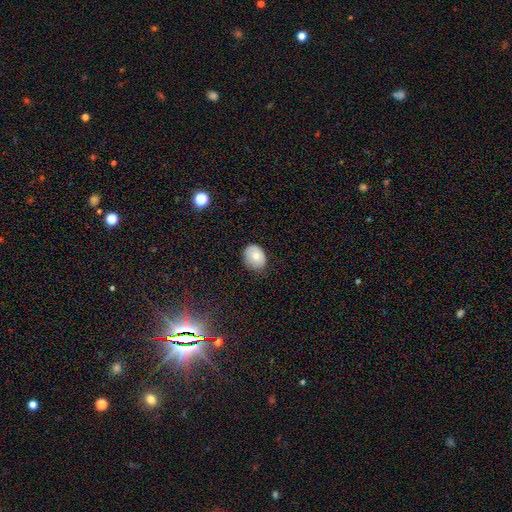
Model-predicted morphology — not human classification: Q: Smooth or featured?
A: smooth (76%); runner-up: featured or disk (16%)
Q: How rounded?
A: in between (59%); runner-up: round (40%)
Q: Merging?
A: none (72%); runner-up: minor disturbance (22%)